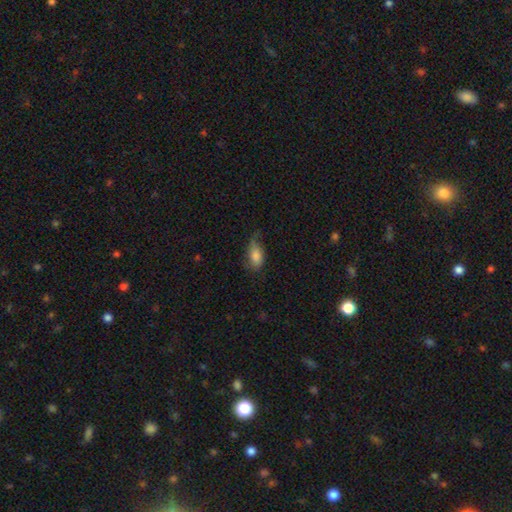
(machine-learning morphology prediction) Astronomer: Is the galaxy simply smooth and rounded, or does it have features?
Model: smooth — 75%.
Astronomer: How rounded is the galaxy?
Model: in between — 89%.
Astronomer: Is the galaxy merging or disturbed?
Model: none — 39% (runner-up: minor disturbance, 36%).